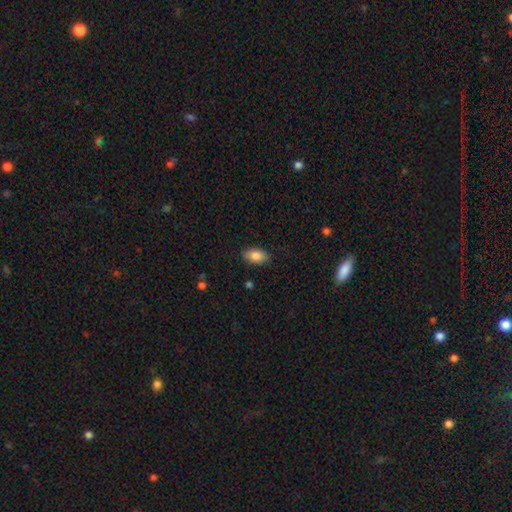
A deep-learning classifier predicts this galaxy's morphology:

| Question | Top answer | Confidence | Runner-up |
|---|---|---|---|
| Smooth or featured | smooth | 86% | star or artifact (7%) |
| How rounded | in between | 92% | round (5%) |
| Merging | none | 86% | minor disturbance (10%) |